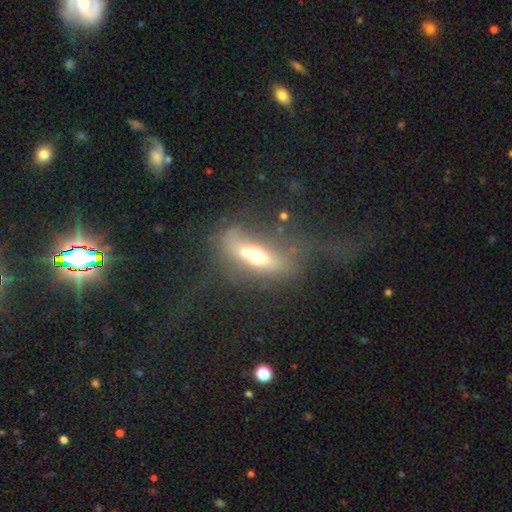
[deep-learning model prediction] Smooth or featured: featured or disk — 45% (smooth — 44%)
Merging: none — 35% (major disturbance — 30%)